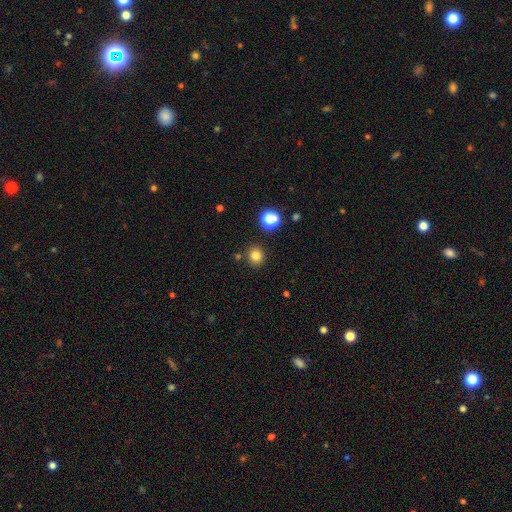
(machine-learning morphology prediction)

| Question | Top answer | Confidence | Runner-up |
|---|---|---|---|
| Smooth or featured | smooth | 80% | star or artifact (14%) |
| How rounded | round | 84% | in between (15%) |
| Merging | none | 85% | minor disturbance (8%) |